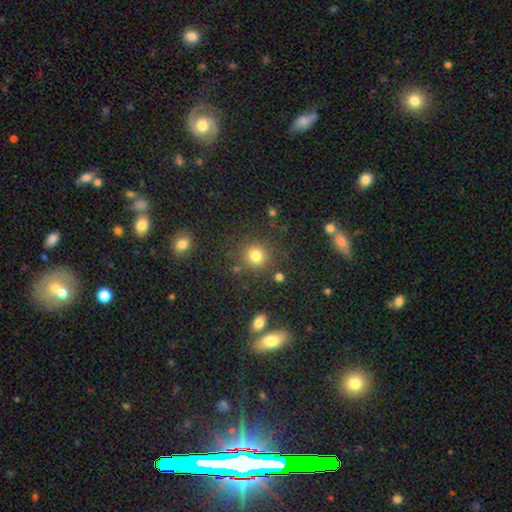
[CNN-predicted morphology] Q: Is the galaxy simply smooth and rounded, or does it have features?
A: smooth — 78%.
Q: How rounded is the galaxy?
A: round — 91%.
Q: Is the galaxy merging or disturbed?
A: none — 85%.